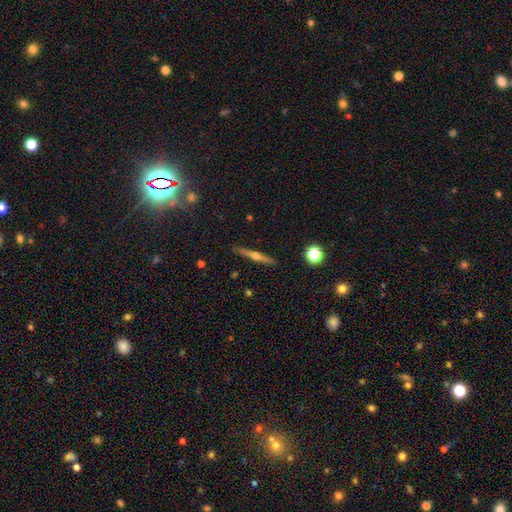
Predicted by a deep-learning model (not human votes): A featured or disk galaxy (68%) viewed edge-on (97%) with a rounded central bulge (89%).

Vote fractions:
- Smooth or featured? featured or disk: 68% / smooth: 25% / star or artifact: 7%
- Edge-on disk? yes: 97% / no: 3%
- Edge-on bulge? rounded: 89% / none: 8% / boxy: 3%
- Merging? none: 90% / minor disturbance: 8% / major disturbance: 2% / merger: 1%